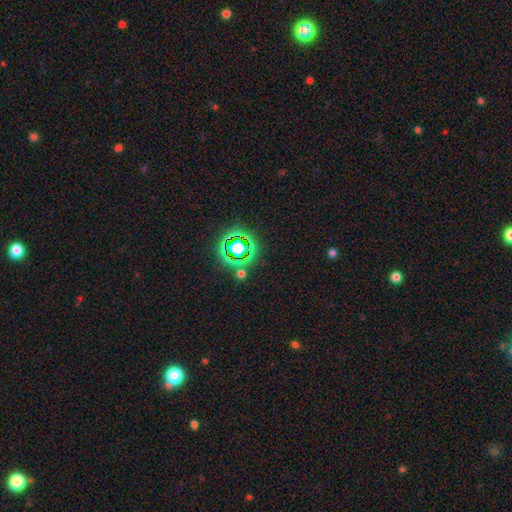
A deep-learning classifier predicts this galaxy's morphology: type=star or artifact (64%).